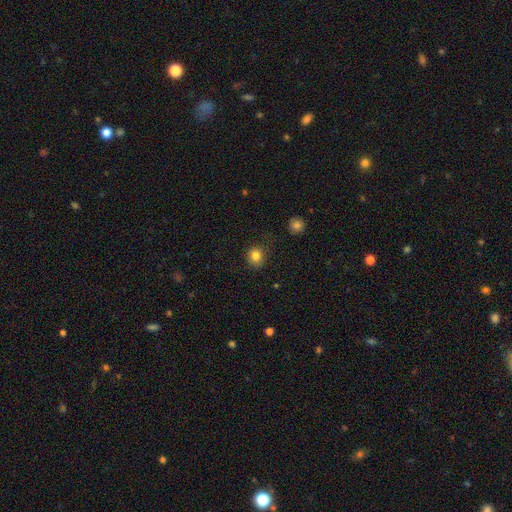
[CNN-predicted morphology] This is clearly a smooth galaxy (82%). How rounded: likely round (79%). Merging: clearly none (82%).